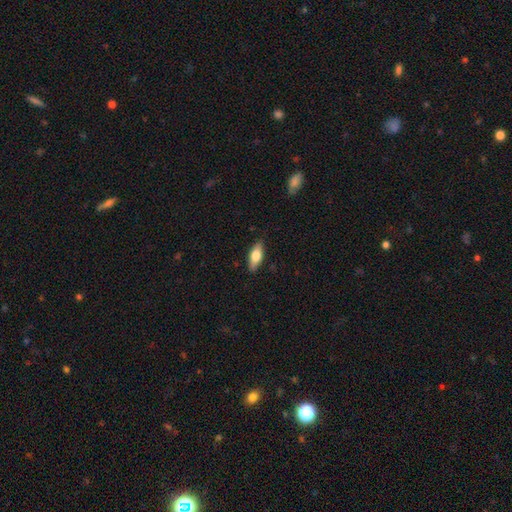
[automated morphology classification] The model was most divided on "smooth or featured": smooth: 69%, featured or disk: 26%, star or artifact: 6%. More confident: merging — none (87%); how rounded — in between (74%).